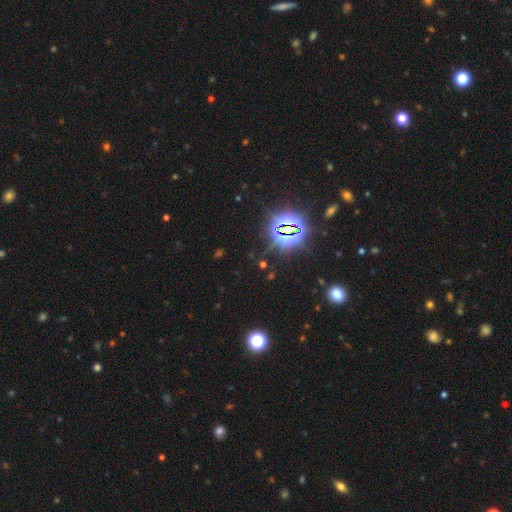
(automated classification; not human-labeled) Morphology: type=star or artifact (81%).